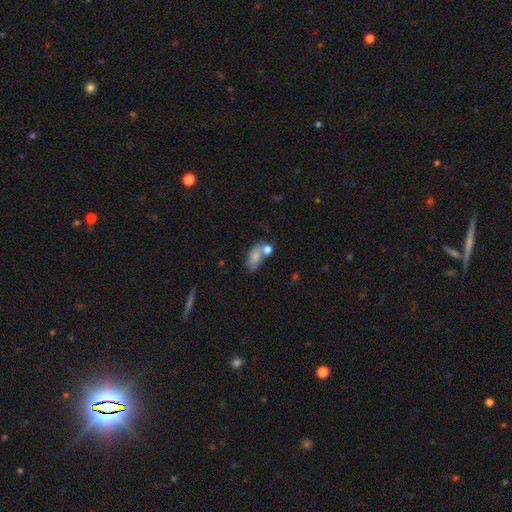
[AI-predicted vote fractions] Smooth or featured?
  - smooth: 75% *
  - featured or disk: 16%
  - star or artifact: 9%
How rounded?
  - in between: 87% *
  - round: 9%
  - cigar-shaped: 4%
Merging?
  - none: 39% *
  - merger: 35%
  - minor disturbance: 18%
  - major disturbance: 9%